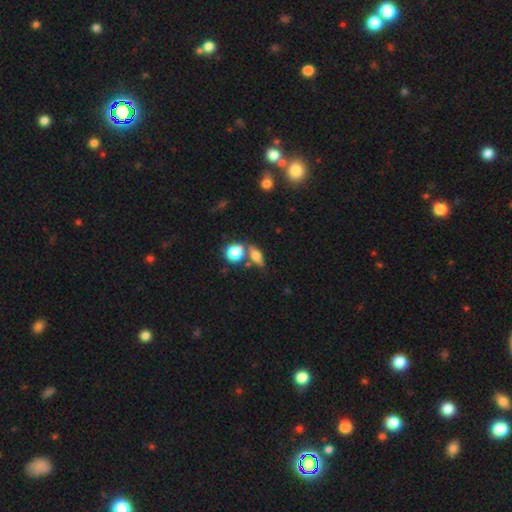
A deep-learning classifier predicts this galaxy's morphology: Smooth or featured?
  - smooth: 52% *
  - featured or disk: 35%
  - star or artifact: 13%
How rounded?
  - in between: 49% *
  - cigar-shaped: 26%
  - round: 25%
Merging?
  - none: 64% *
  - merger: 19%
  - minor disturbance: 12%
  - major disturbance: 5%